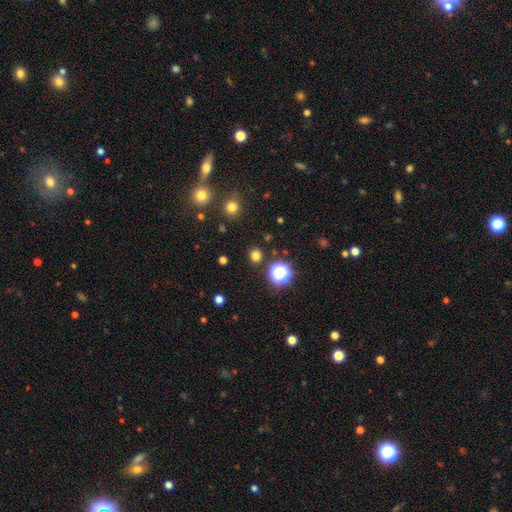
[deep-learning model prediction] Q: Smooth or featured?
A: smooth (73%); runner-up: star or artifact (23%)
Q: How rounded?
A: round (91%); runner-up: in between (8%)
Q: Merging?
A: none (88%); runner-up: minor disturbance (6%)